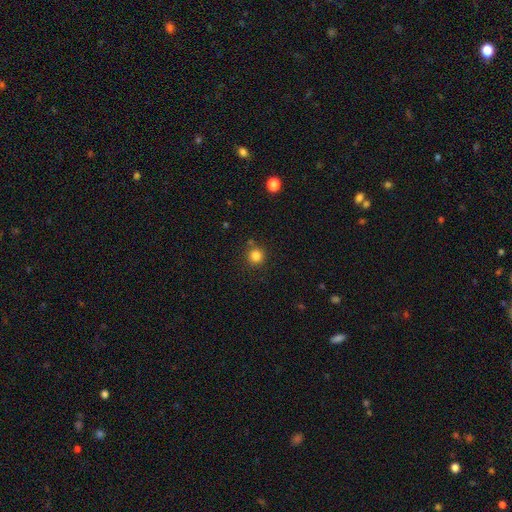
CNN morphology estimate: Smooth or featured? smooth (83%)
How rounded? round (94%)
Merging? none (84%)